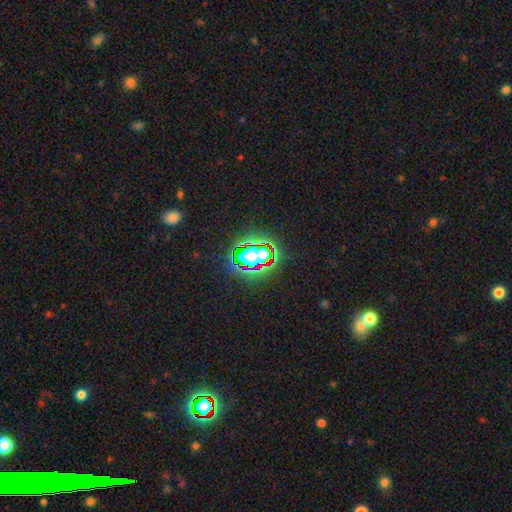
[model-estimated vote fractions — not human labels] A star or artifact, not a galaxy (60%).